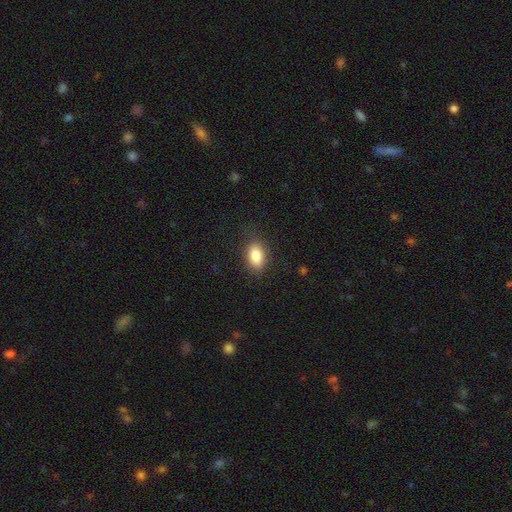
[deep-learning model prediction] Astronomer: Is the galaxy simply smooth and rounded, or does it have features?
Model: smooth — 86%.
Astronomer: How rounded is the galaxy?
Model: in between — 88%.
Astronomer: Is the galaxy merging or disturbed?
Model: none — 83%.